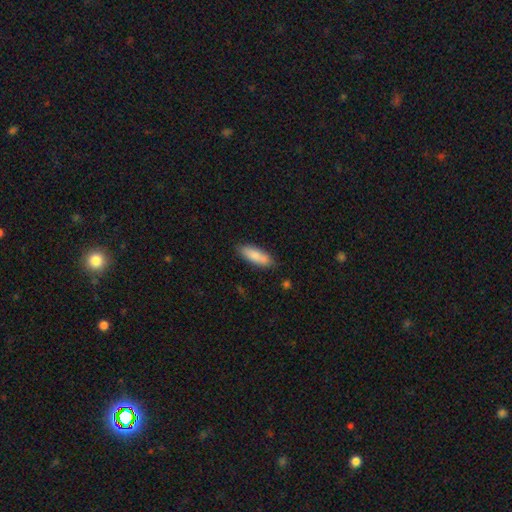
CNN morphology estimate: smooth 84%, featured or disk 10%, star or artifact 6%. Down the decision tree: how rounded — in between (61%); merging — none (78%).